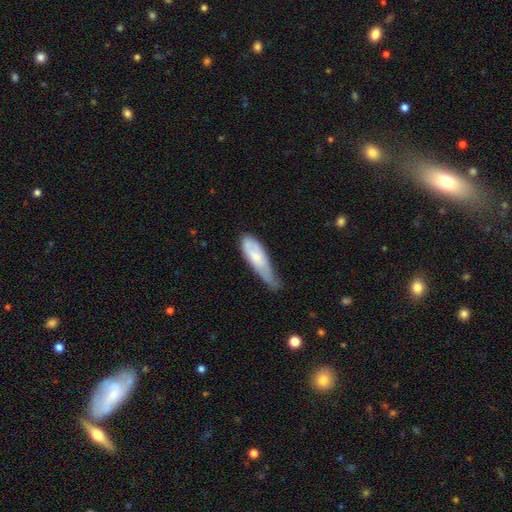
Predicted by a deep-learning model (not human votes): Smooth or featured? smooth (67%)
How rounded? cigar-shaped (49%, tied with in between)
Merging? minor disturbance (48%)